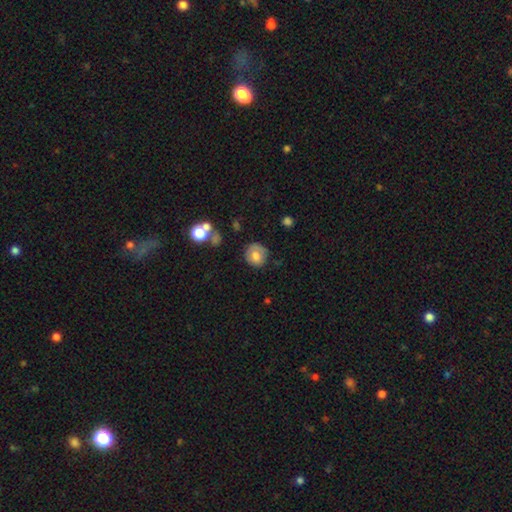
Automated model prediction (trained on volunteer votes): smooth 71%, featured or disk 20%, star or artifact 9%. Down the decision tree: how rounded — round (86%); merging — none (74%).